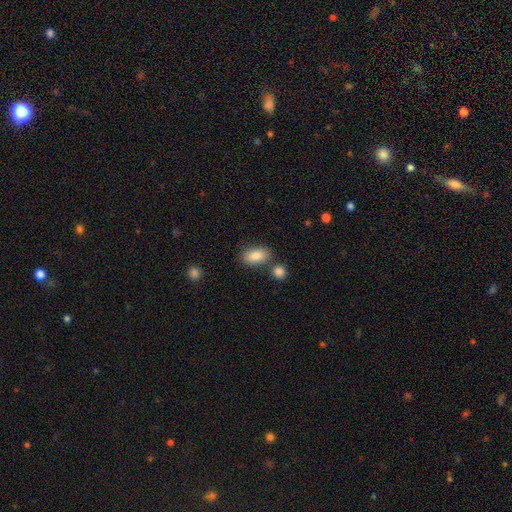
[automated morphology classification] Overall: smooth (86%). How rounded: in between (91%). Merging: none (71%).